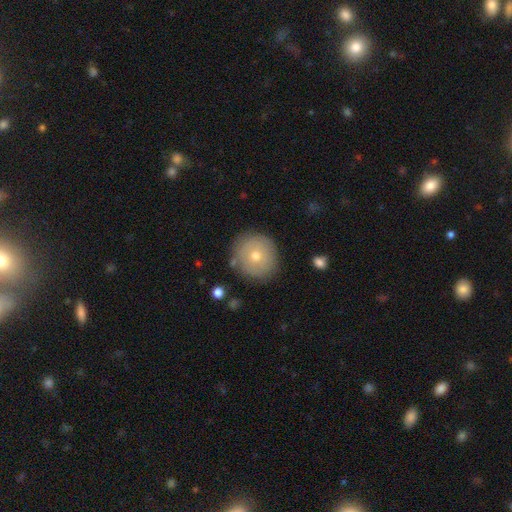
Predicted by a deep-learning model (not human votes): Smooth or featured?
  - smooth: 66% *
  - featured or disk: 25%
  - star or artifact: 9%
How rounded?
  - round: 93% *
  - in between: 6%
  - cigar-shaped: 1%
Merging?
  - none: 85% *
  - minor disturbance: 10%
  - major disturbance: 3%
  - merger: 2%